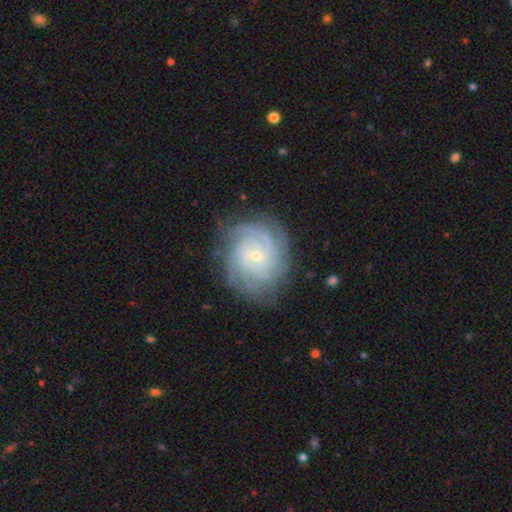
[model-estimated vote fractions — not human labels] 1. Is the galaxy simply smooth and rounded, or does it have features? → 88% featured or disk, 6% smooth, 6% star or artifact.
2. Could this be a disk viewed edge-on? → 98% no, 2% yes.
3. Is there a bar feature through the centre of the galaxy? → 68% no, 25% weak, 7% strong.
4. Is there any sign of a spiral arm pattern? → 98% yes, 2% no.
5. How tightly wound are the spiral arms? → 79% tight, 18% medium, 3% loose.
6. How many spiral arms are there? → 28% 4, 21% can't tell, 18% 3, 15% more than 4, 10% 2, 7% 1.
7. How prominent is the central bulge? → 75% small, 22% moderate, 1% large, 1% none, 1% dominant.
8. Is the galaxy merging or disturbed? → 80% none, 14% minor disturbance, 4% major disturbance, 1% merger.